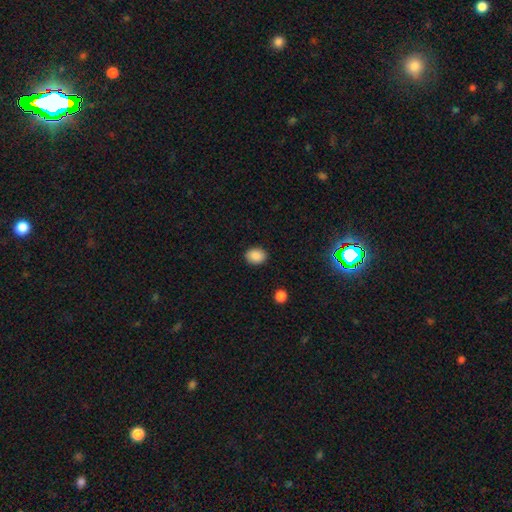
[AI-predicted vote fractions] This is clearly a smooth galaxy (88%). How rounded: possibly in between (58%). Merging: clearly none (88%).